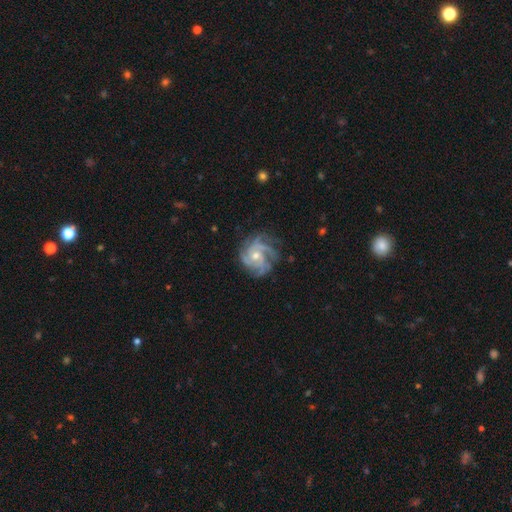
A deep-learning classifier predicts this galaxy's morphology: Overall: featured or disk (87%). Edge-on disk: no (98%). Bar: no (72%). Spiral arms: yes (98%). Spiral arm count: 4 (33%; 3 24%). Spiral winding: tight (57%; medium 36%). Bulge size: moderate (52%; small 44%). Merging: none (74%).